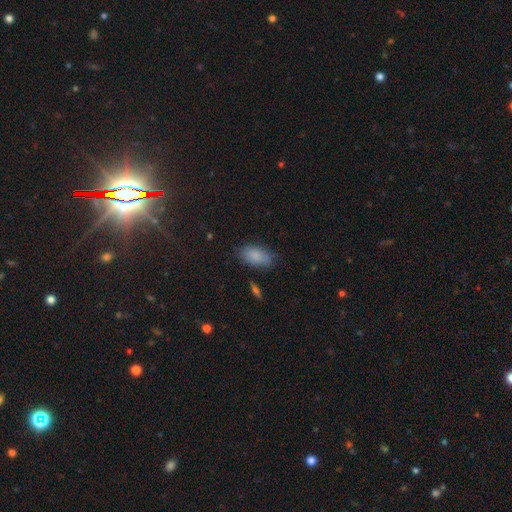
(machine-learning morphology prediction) Smooth or featured? smooth (85%)
How rounded? in between (92%)
Merging? none (72%)